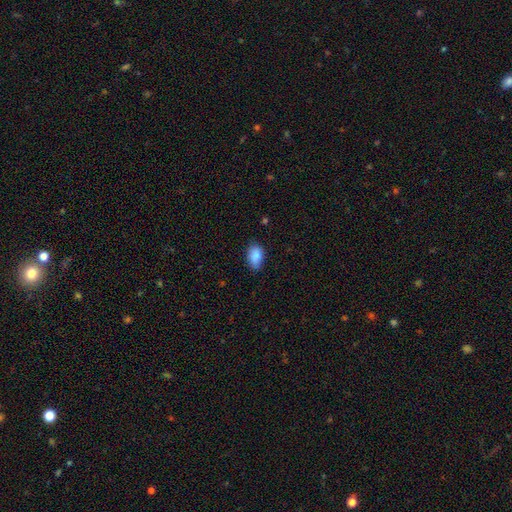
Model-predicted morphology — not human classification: The model was most divided on "merging": none: 75%, minor disturbance: 21%, major disturbance: 3%, merger: 1%. More confident: how rounded — in between (90%); smooth or featured — smooth (87%).